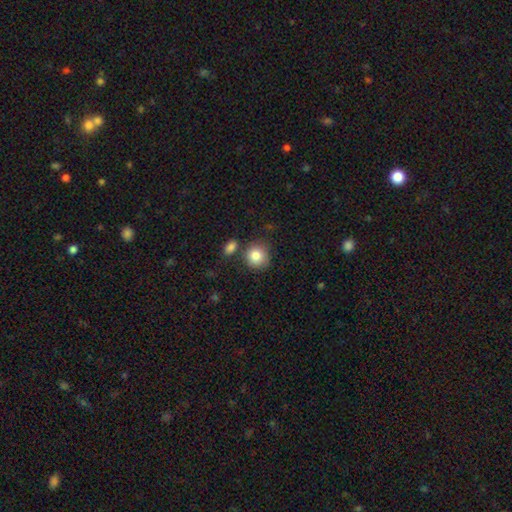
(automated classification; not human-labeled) This appears to be a smooth galaxy with no disk features (84%) that is round (87%). Merging: none (72%).